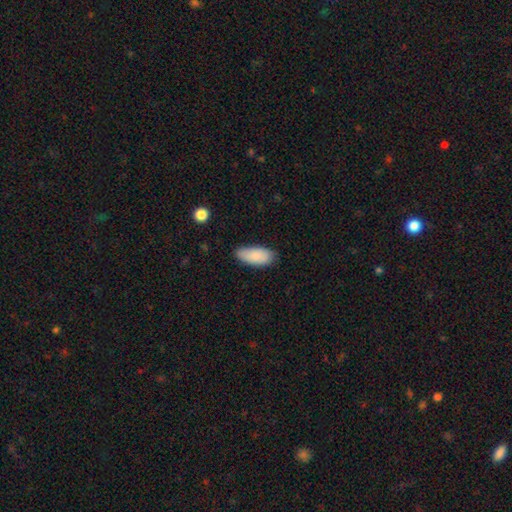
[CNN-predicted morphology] smooth 86%, featured or disk 7%, star or artifact 6%. Down the decision tree: how rounded — in between (88%); merging — none (77%).